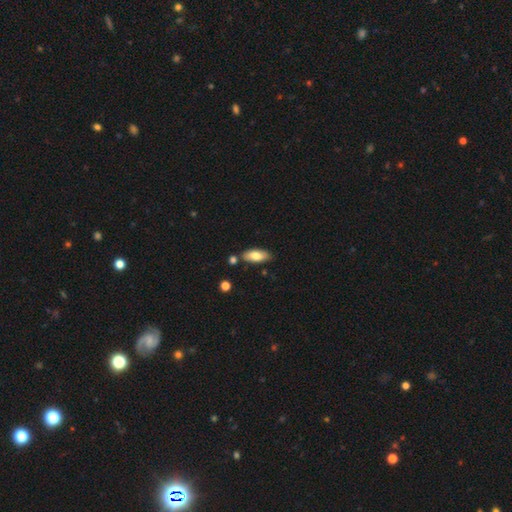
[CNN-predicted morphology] Smooth or featured? smooth (77%)
How rounded? in between (84%)
Merging? none (79%)